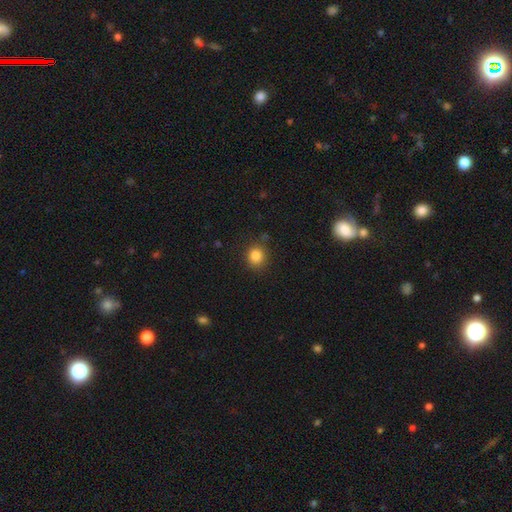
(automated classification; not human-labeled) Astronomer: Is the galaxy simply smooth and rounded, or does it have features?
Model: smooth — 84%.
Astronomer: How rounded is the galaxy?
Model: round — 86%.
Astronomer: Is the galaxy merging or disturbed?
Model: none — 85%.